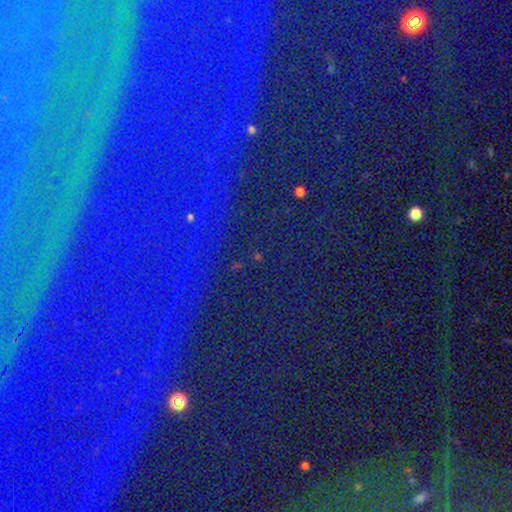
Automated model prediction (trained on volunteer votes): A star or artifact, not a galaxy (84%).